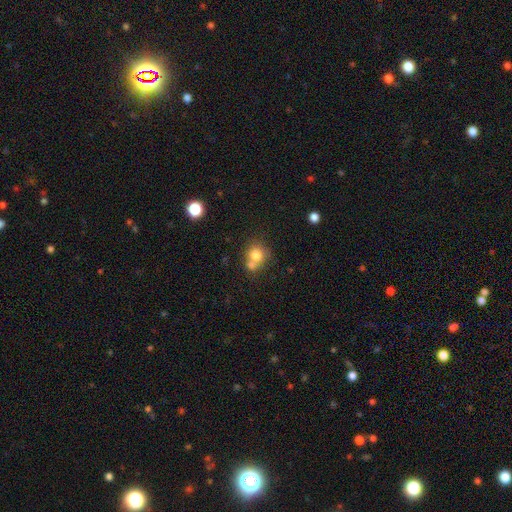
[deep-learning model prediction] Smooth or featured? smooth (76%)
How rounded? round (80%)
Merging? merger (43%, tied with none)